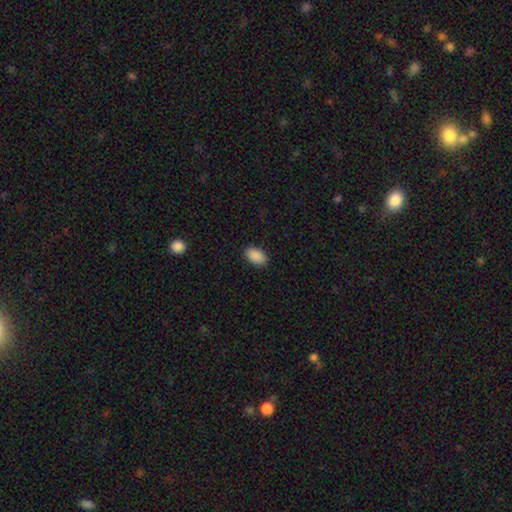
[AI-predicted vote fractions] A smooth galaxy with no disk features (90%) that is in between round and cigar-shaped (94%).

Vote fractions:
- Smooth or featured? smooth: 90% / star or artifact: 7% / featured or disk: 2%
- How rounded? in between: 94% / round: 5% / cigar-shaped: 2%
- Merging? none: 89% / minor disturbance: 8% / major disturbance: 2% / merger: 1%